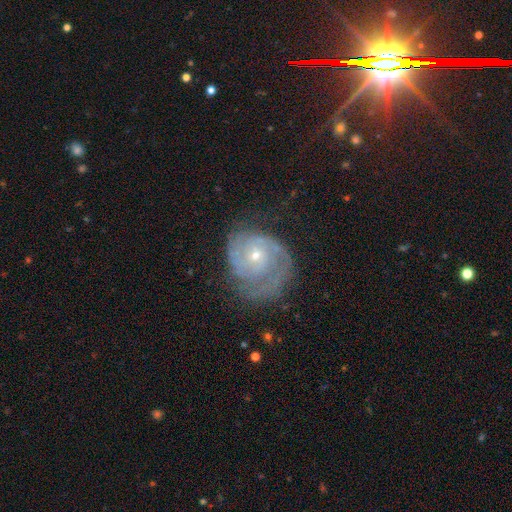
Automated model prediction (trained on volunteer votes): This appears to be a featured or disk galaxy (83%) with no bar (73%), 2 (44%) tight (58%) spiral arms (94%) and a small central bulge (72%). Merging: none (52%).